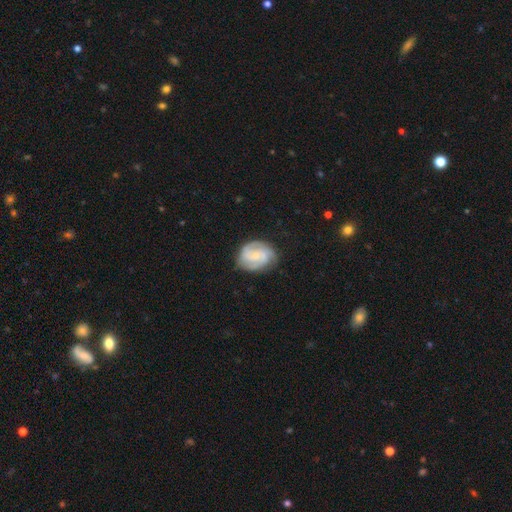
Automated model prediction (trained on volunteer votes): Morphology: type=featured or disk (76%); edge-on=no (98%); bar=no (58%); spiral arms=yes (95%); winding=tight (45%); arm count=3 (38%); bulge=small (68%); merging=none (75%).